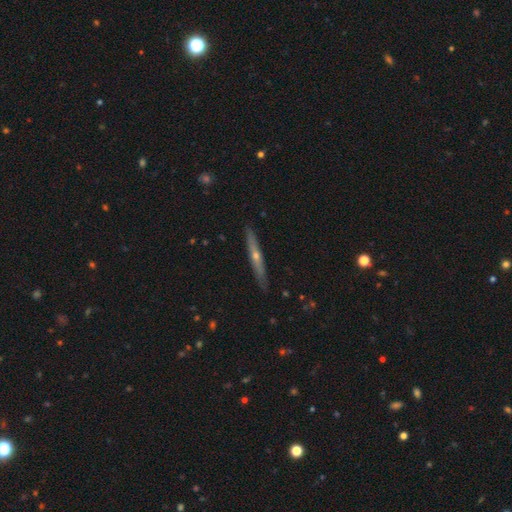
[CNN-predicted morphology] Smooth or featured? Predicted: featured or disk (p=0.67). Edge-on disk? Predicted: yes (p=0.95). Edge-on bulge? Predicted: rounded (p=0.77). Merging? Predicted: none (p=0.89).